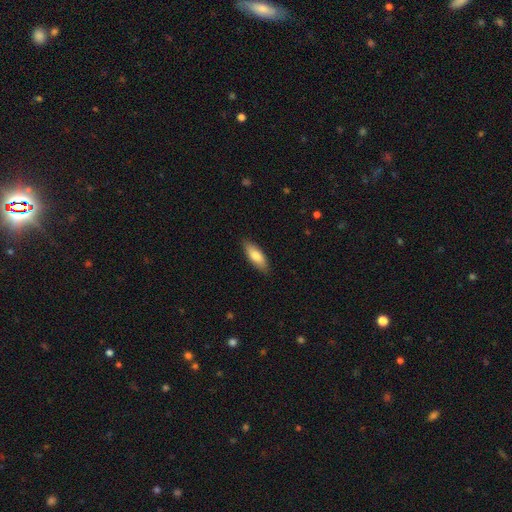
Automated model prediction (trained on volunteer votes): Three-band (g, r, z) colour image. It shows a smooth galaxy with no disk features (78%) that is in between round and cigar-shaped (65%). Merging: none (87%).